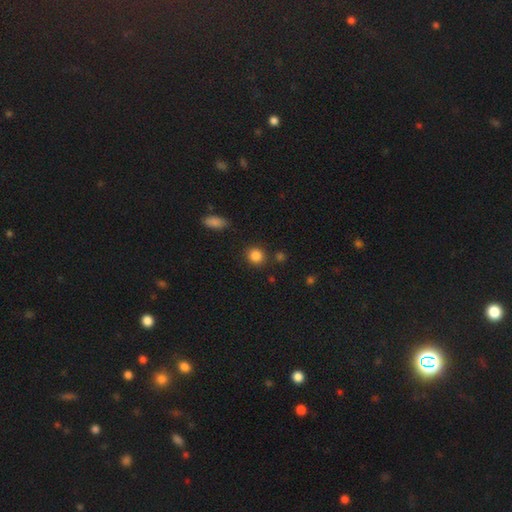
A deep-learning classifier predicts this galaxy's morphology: Smooth or featured: smooth — 85% (star or artifact — 10%)
How rounded: round — 85% (in between — 14%)
Merging: none — 86% (minor disturbance — 8%)